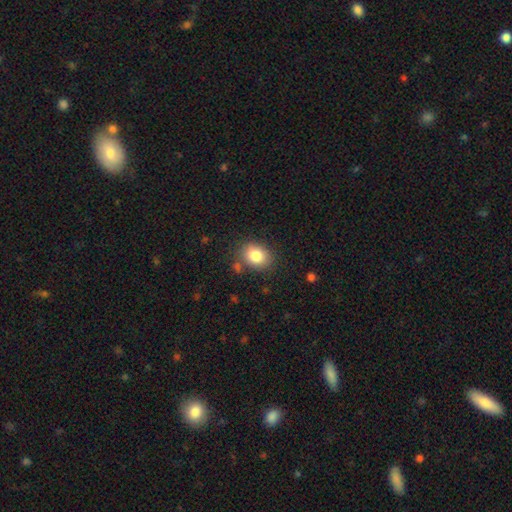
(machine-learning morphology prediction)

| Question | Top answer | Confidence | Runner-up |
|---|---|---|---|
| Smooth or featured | smooth | 83% | star or artifact (9%) |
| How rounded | in between | 55% | round (44%) |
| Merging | none | 79% | minor disturbance (13%) |